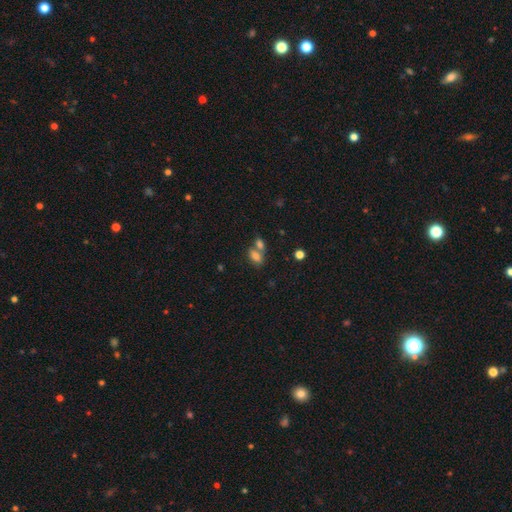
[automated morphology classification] Smooth or featured? smooth (77%)
How rounded? in between (85%)
Merging? merger (49%)